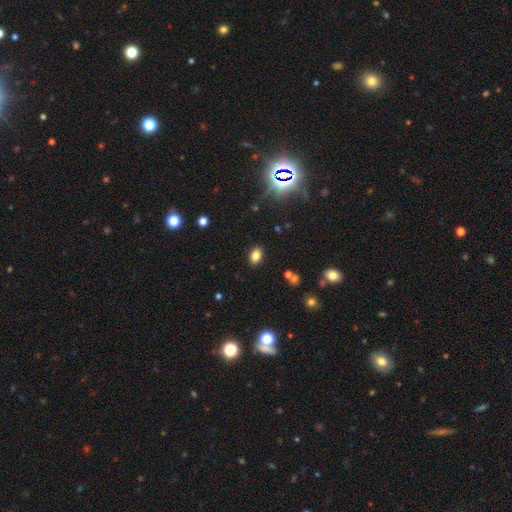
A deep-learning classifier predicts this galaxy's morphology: A smooth galaxy with no disk features (81%) that is in between round and cigar-shaped (80%).

Vote fractions:
- Smooth or featured? smooth: 81% / star or artifact: 13% / featured or disk: 6%
- How rounded? in between: 80% / round: 18% / cigar-shaped: 1%
- Merging? none: 87% / minor disturbance: 8% / major disturbance: 2% / merger: 2%